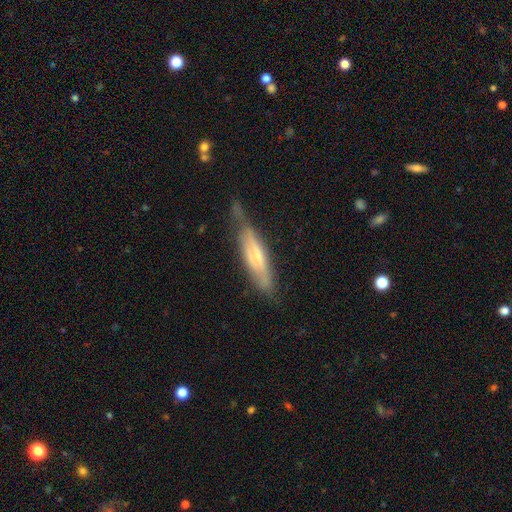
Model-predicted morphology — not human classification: A featured or disk galaxy (53%) viewed edge-on (71%). Merging: none (56%).